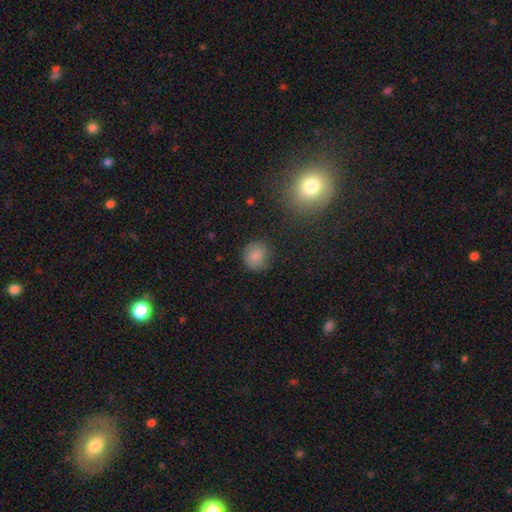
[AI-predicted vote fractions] A smooth galaxy with no disk features (83%) that is round (82%). Merging: none (82%).